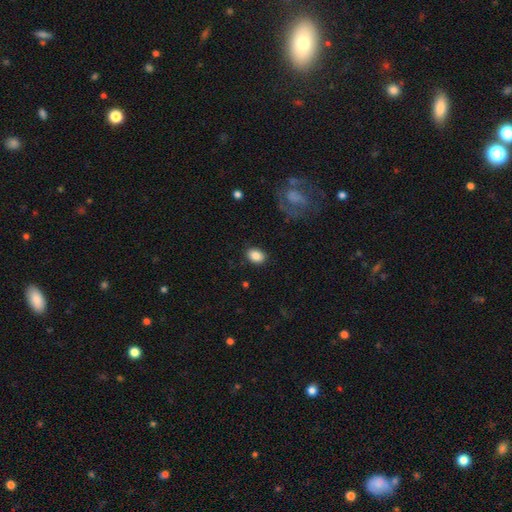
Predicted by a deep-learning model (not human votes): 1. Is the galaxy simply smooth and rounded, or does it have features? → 86% smooth, 8% star or artifact, 6% featured or disk.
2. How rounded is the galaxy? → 73% in between, 26% round, 1% cigar-shaped.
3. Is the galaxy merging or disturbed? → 86% none, 9% minor disturbance, 3% major disturbance, 1% merger.